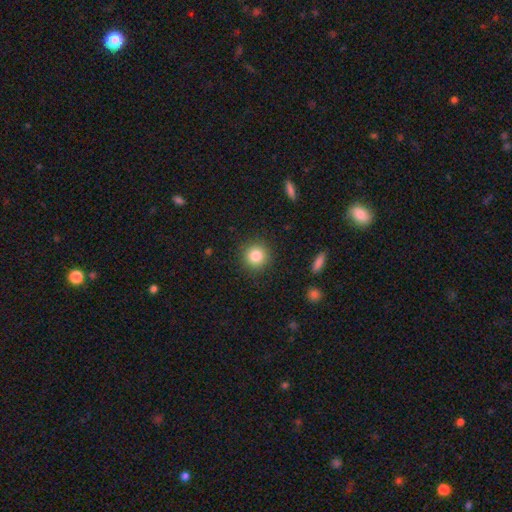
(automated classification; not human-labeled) Morphology: type=smooth (84%); roundness=round (93%); merging=none (90%).